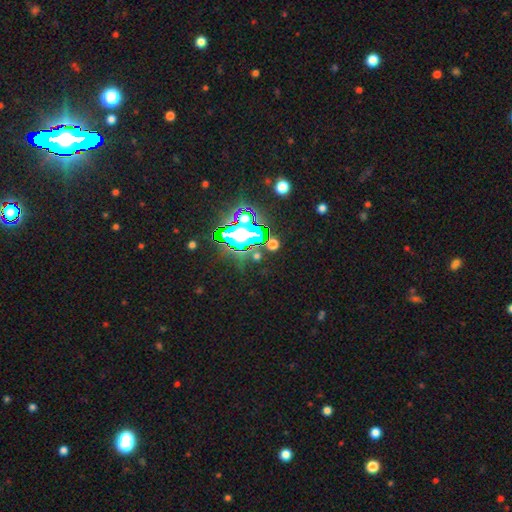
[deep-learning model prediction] Smooth or featured? Predicted: star or artifact (p=0.79).